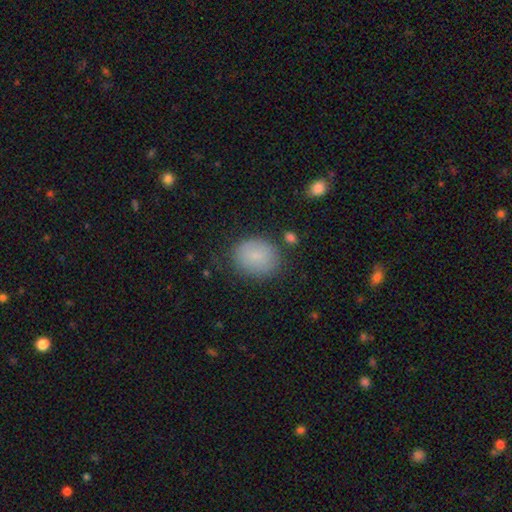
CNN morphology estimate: smooth-or-featured: smooth: 83% | featured or disk: 9% | star or artifact: 8%
  how-rounded: round: 59% | in between: 40% | cigar-shaped: 1%
  merging: none: 78% | minor disturbance: 15% | major disturbance: 4% | merger: 3%